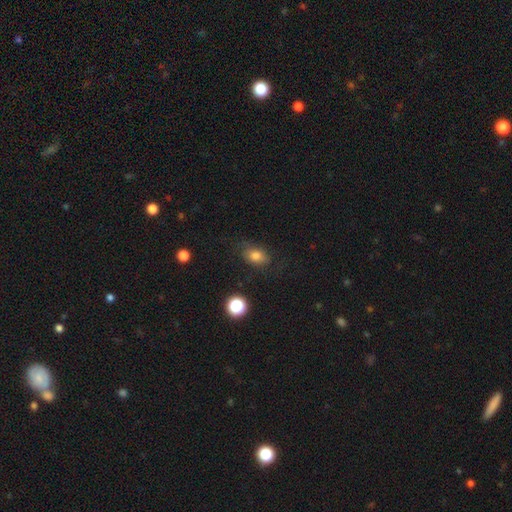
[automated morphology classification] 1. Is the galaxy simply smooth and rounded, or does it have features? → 77% smooth, 12% featured or disk, 11% star or artifact.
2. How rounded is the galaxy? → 78% in between, 20% round, 2% cigar-shaped.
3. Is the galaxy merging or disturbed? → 69% none, 20% minor disturbance, 9% major disturbance, 2% merger.